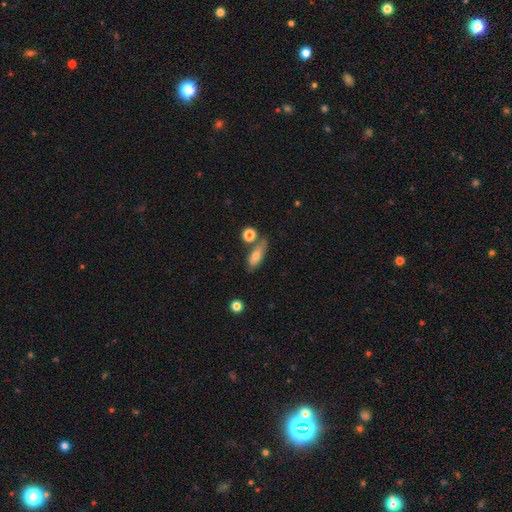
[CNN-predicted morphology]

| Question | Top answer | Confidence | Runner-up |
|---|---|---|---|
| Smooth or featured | smooth | 69% | featured or disk (23%) |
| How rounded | in between | 70% | cigar-shaped (24%) |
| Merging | none | 60% | minor disturbance (19%) |